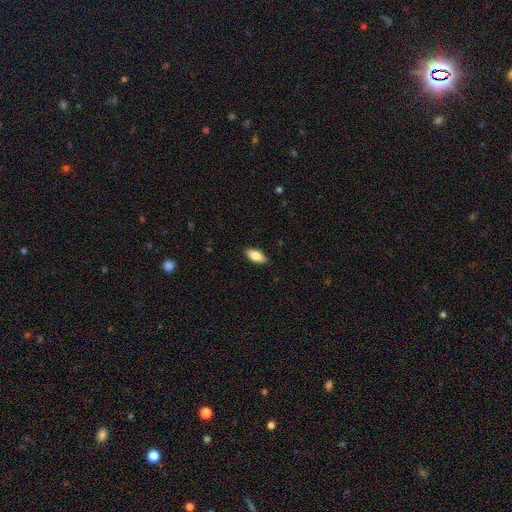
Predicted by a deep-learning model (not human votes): A smooth galaxy with no disk features (80%) that is in between round and cigar-shaped (89%). Merging: none (88%).